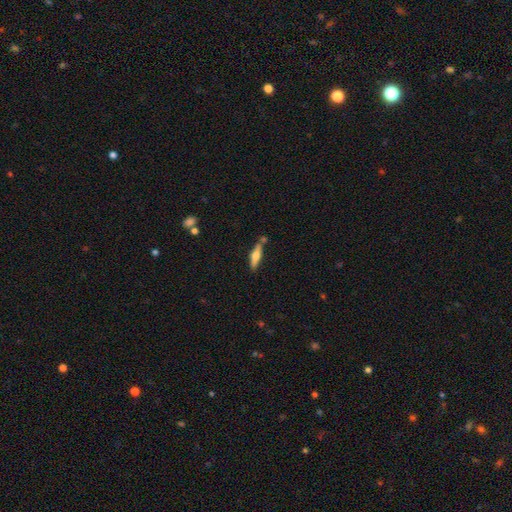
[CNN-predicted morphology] Q: Smooth or featured?
A: featured or disk (47%); runner-up: smooth (46%)
Q: Merging?
A: none (70%); runner-up: minor disturbance (16%)